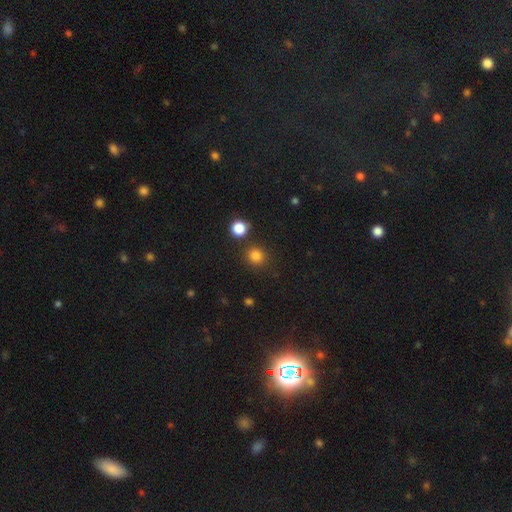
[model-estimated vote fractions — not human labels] The model was most divided on "smooth or featured": smooth: 82%, star or artifact: 14%, featured or disk: 4%. More confident: how rounded — round (87%); merging — none (83%).